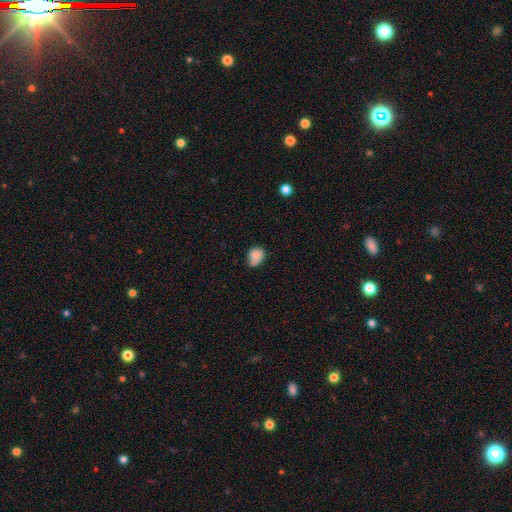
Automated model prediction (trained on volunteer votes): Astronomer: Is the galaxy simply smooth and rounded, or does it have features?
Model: smooth — 77%.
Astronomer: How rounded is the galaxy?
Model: round — 50% (runner-up: in between, 48%).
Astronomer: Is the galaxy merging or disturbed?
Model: none — 43% (runner-up: minor disturbance, 35%).